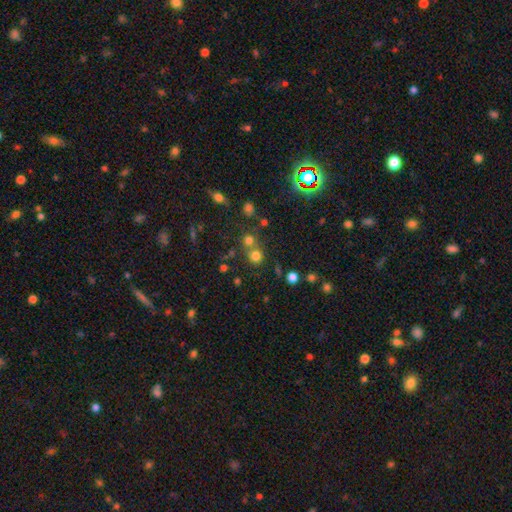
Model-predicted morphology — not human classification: A smooth galaxy with no disk features (72%) that is round (89%).

Vote fractions:
- Smooth or featured? smooth: 72% / star or artifact: 20% / featured or disk: 8%
- How rounded? round: 89% / in between: 10% / cigar-shaped: 1%
- Merging? none: 61% / merger: 29% / minor disturbance: 7% / major disturbance: 3%